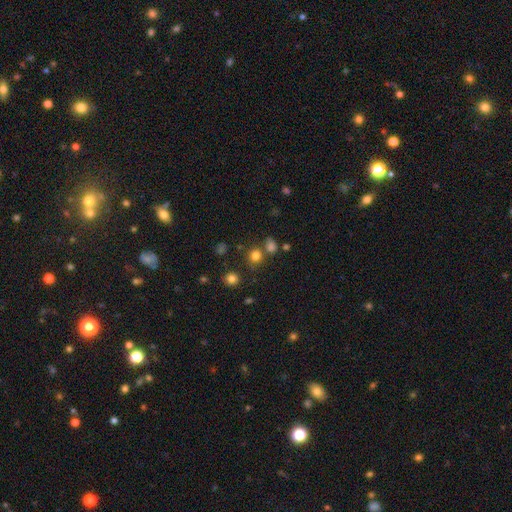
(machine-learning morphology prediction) The model was most divided on "merging": none: 73%, merger: 15%, minor disturbance: 9%, major disturbance: 4%. More confident: how rounded — round (86%); smooth or featured — smooth (77%).